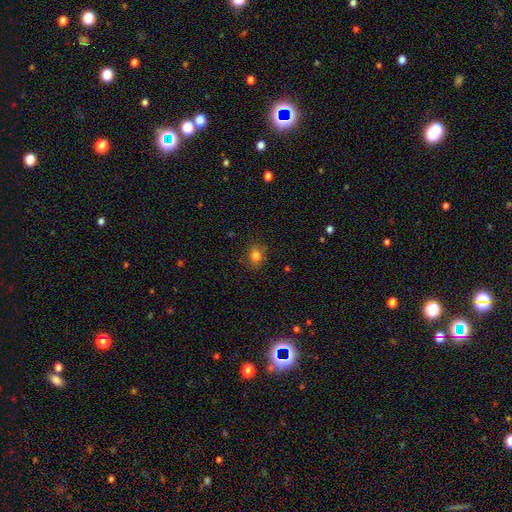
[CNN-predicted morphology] Smooth or featured?
  - smooth: 79% *
  - star or artifact: 14%
  - featured or disk: 7%
How rounded?
  - round: 65% *
  - in between: 34%
  - cigar-shaped: 1%
Merging?
  - none: 82% *
  - minor disturbance: 13%
  - major disturbance: 3%
  - merger: 2%